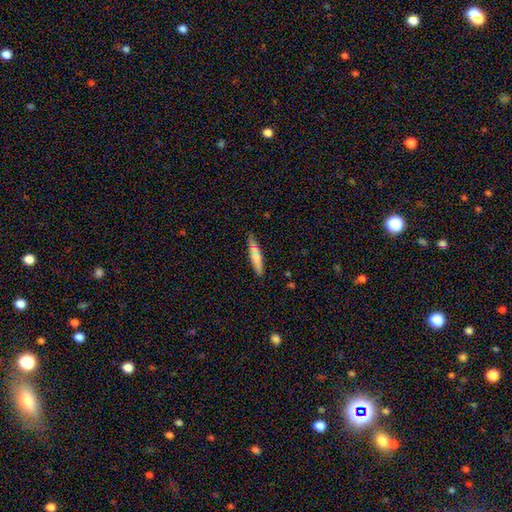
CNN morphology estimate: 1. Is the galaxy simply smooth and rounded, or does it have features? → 70% smooth, 24% featured or disk, 6% star or artifact.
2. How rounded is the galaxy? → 87% cigar-shaped, 12% in between, 2% round.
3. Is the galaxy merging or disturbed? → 83% none, 13% minor disturbance, 2% merger, 2% major disturbance.